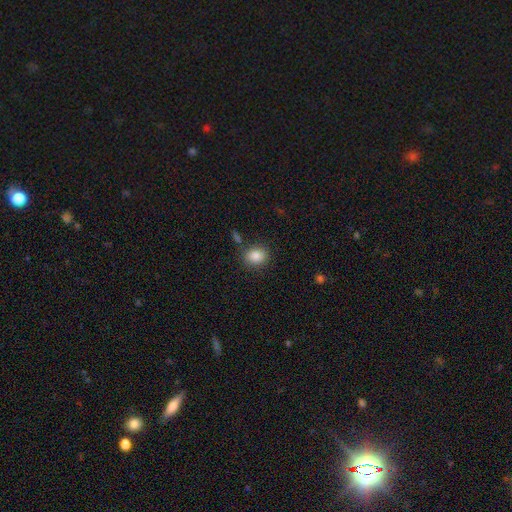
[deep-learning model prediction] This is clearly a smooth galaxy (86%). How rounded: possibly round (52%). Merging: likely none (79%).